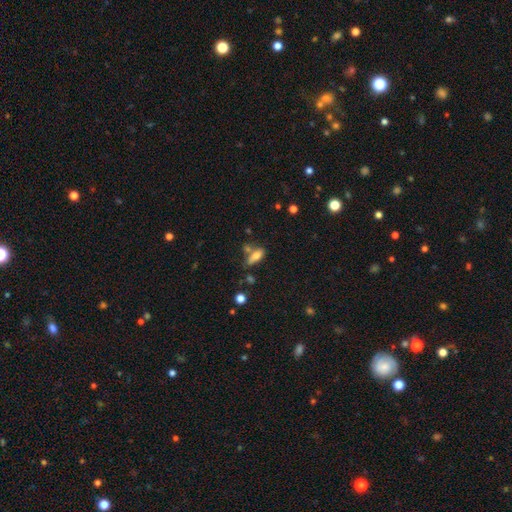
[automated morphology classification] This is likely a smooth galaxy (74%). How rounded: likely in between (71%). Merging: possibly none (51%).